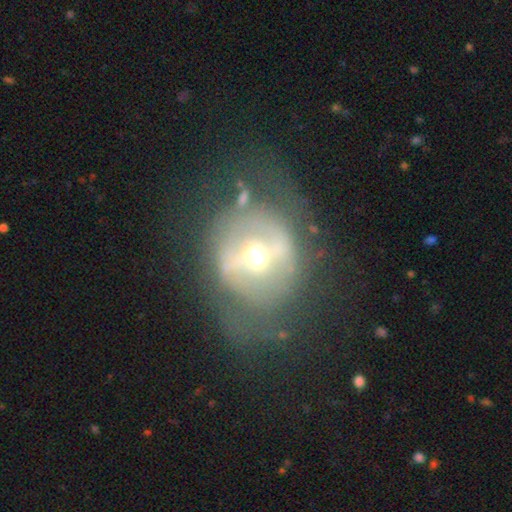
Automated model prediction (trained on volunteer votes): A featured or disk galaxy (67%) with a strong bar (36%), no spiral arms (62%) and a moderate central bulge (65%). Merging: none (58%).